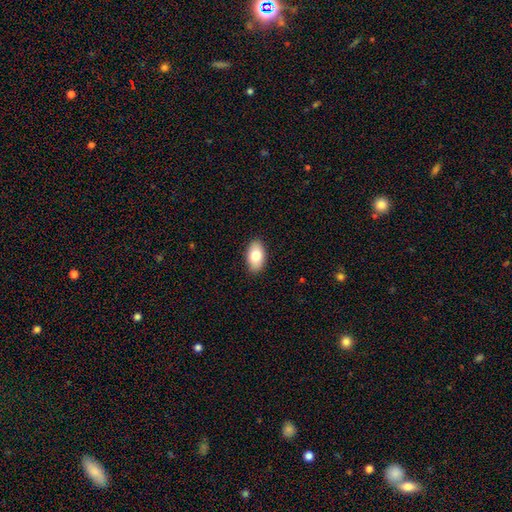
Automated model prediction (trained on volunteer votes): Smooth or featured?
  - smooth: 81% *
  - featured or disk: 13%
  - star or artifact: 7%
How rounded?
  - in between: 93% *
  - round: 5%
  - cigar-shaped: 2%
Merging?
  - none: 90% *
  - minor disturbance: 8%
  - major disturbance: 2%
  - merger: 1%